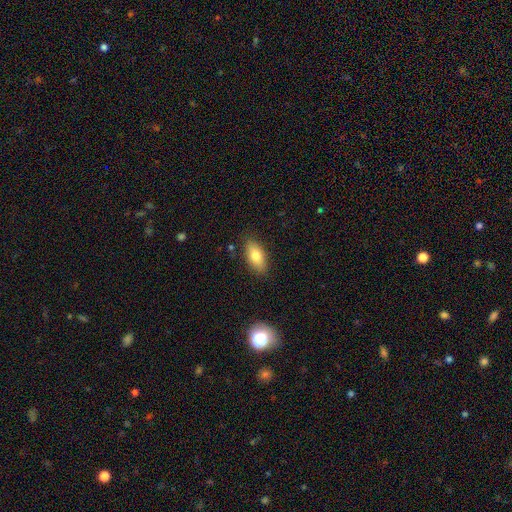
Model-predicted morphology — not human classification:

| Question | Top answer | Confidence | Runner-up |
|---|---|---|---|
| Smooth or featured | smooth | 76% | featured or disk (16%) |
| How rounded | in between | 86% | cigar-shaped (10%) |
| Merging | none | 85% | minor disturbance (11%) |